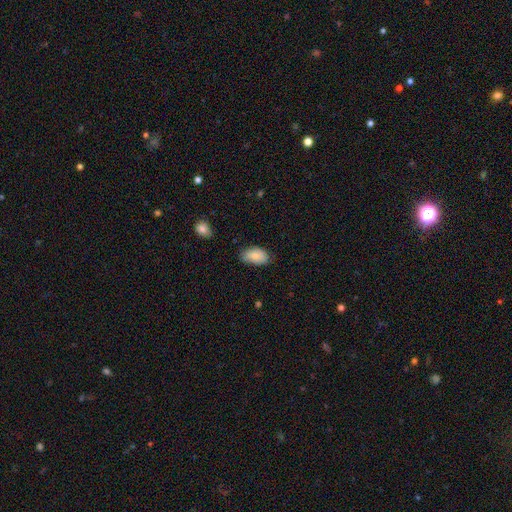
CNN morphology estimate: Q: Smooth or featured?
A: smooth (81%); runner-up: featured or disk (12%)
Q: How rounded?
A: in between (94%); runner-up: round (5%)
Q: Merging?
A: none (68%); runner-up: minor disturbance (26%)